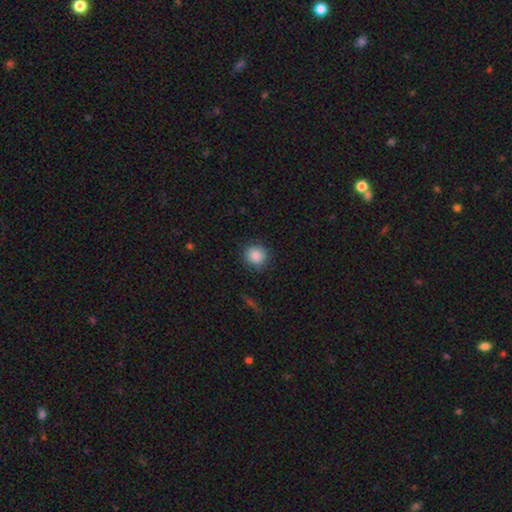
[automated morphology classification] Smooth or featured? smooth (88%)
How rounded? round (89%)
Merging? none (87%)